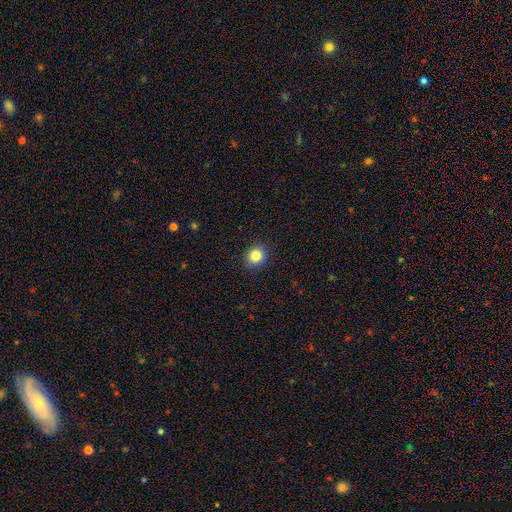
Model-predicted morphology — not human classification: This appears to be a smooth galaxy with no disk features (84%) that is round (82%). Merging: none (89%).